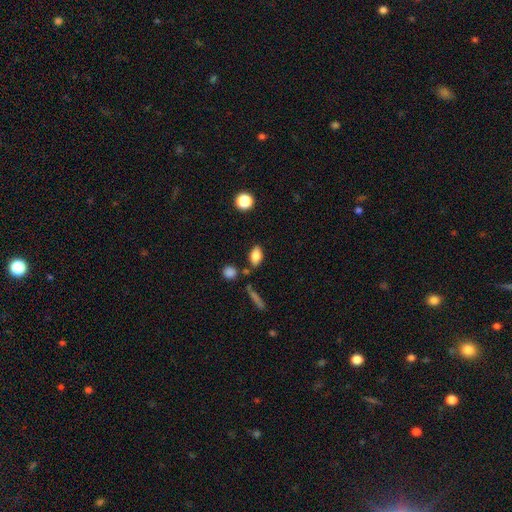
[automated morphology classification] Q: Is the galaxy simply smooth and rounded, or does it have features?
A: smooth — 80%.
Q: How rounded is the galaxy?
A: in between — 84%.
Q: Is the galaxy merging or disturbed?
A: none — 76%.